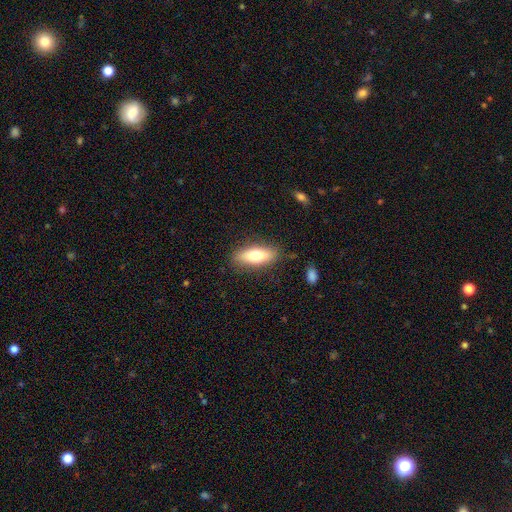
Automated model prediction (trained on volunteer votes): A smooth galaxy with no disk features (70%) that is in between round and cigar-shaped (63%). Merging: none (85%).